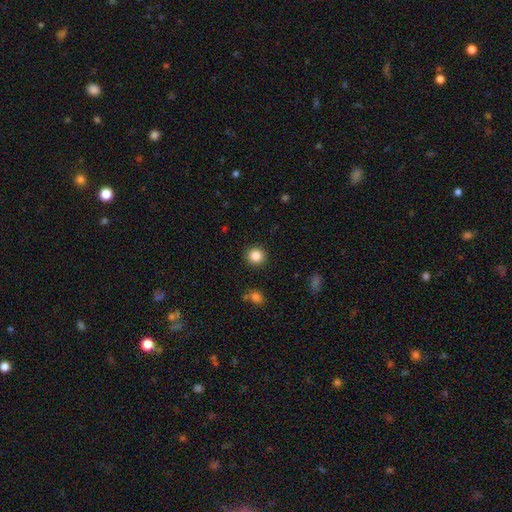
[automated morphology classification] Smooth or featured: smooth — 85% (star or artifact — 10%)
How rounded: round — 91% (in between — 8%)
Merging: none — 91% (minor disturbance — 6%)